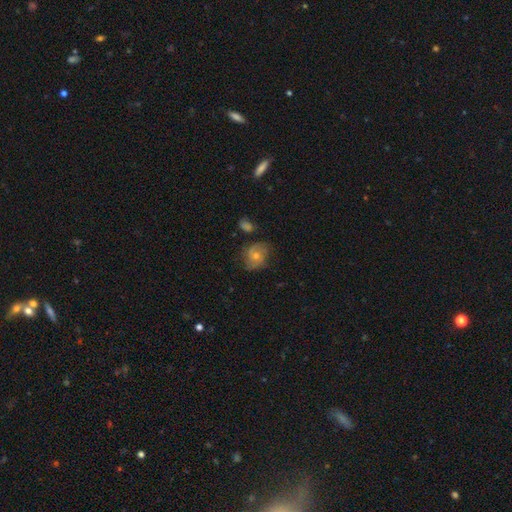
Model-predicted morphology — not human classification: This is possibly a smooth galaxy (47%). Merging: likely none (63%).